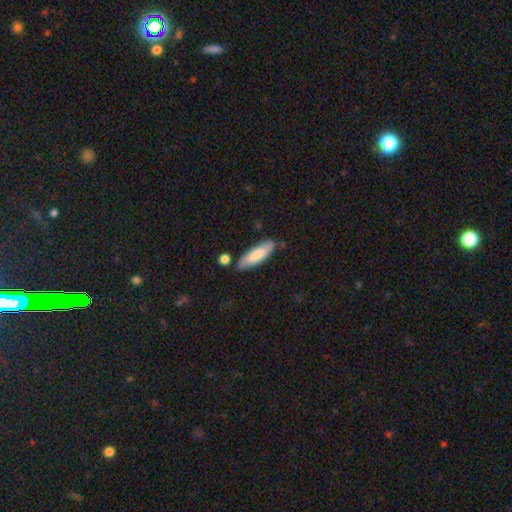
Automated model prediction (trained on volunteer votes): A smooth galaxy with no disk features (78%) that is cigar-shaped (57%). Merging: none (76%).